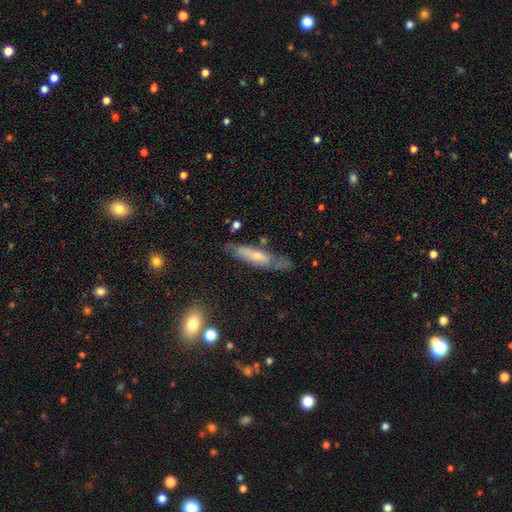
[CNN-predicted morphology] smooth 49%, featured or disk 44%, star or artifact 7%. Down the decision tree: merging — none (57%).